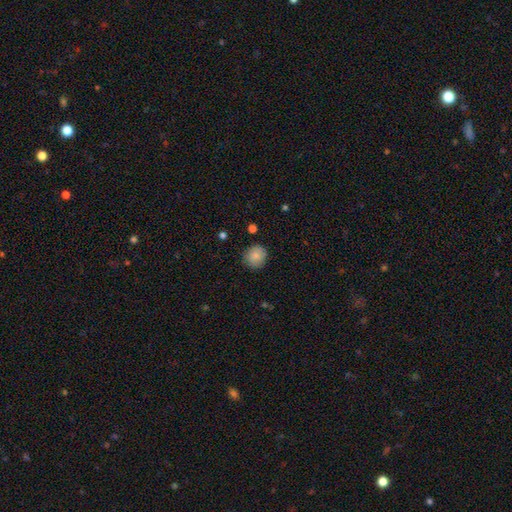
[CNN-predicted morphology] This is clearly a smooth galaxy (86%). How rounded: clearly round (88%). Merging: clearly none (85%).